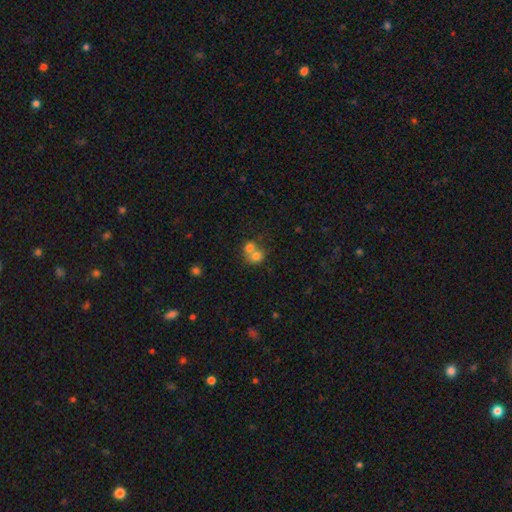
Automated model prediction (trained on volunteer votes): Morphology: type=smooth (72%); roundness=round (67%); merging=merger (65%).